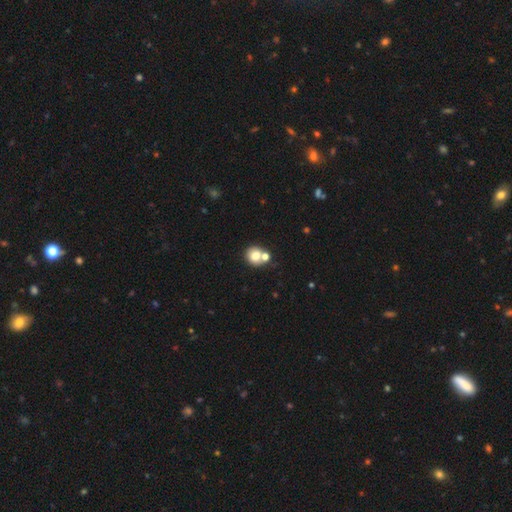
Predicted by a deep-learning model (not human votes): Smooth or featured: smooth — 75% (featured or disk — 14%)
How rounded: round — 82% (in between — 17%)
Merging: none — 51% (merger — 37%)